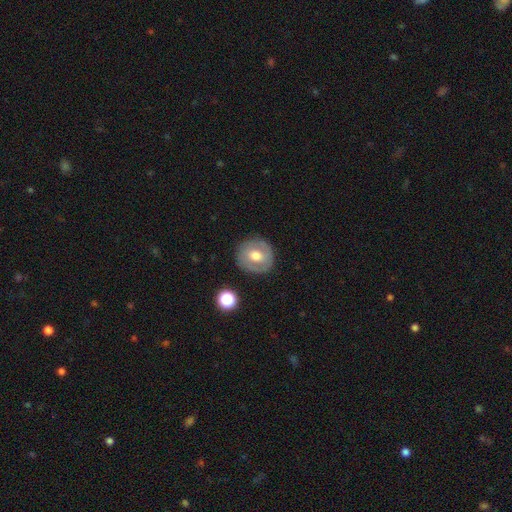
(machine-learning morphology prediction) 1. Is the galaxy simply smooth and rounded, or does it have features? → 49% smooth, 44% featured or disk, 7% star or artifact.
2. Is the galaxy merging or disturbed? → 84% none, 10% minor disturbance, 3% major disturbance, 2% merger.